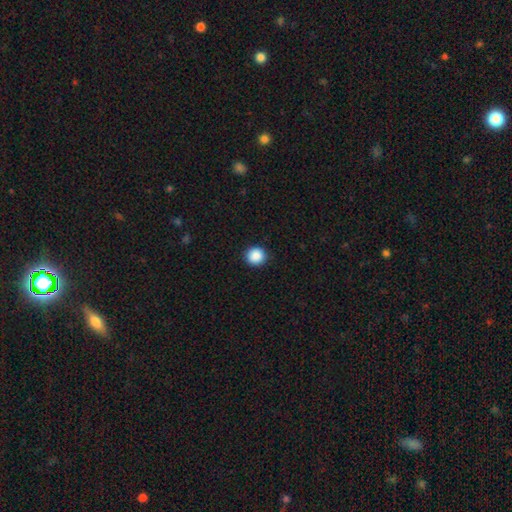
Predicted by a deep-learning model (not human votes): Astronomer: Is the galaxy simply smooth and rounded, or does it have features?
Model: smooth — 88%.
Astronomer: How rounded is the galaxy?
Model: round — 93%.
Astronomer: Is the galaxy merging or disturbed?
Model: none — 92%.